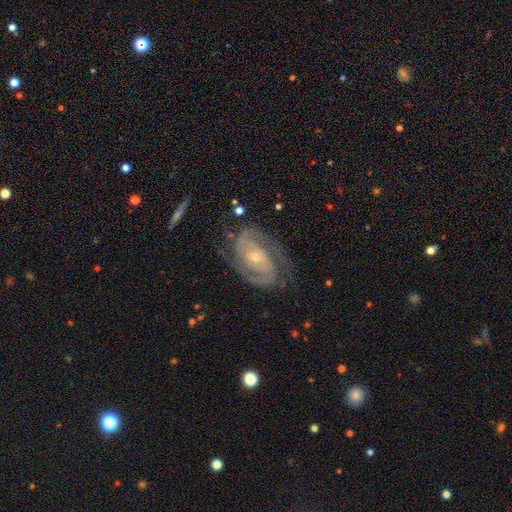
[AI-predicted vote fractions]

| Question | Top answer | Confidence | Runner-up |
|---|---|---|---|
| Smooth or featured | featured or disk | 91% | star or artifact (5%) |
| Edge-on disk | no | 97% | yes (3%) |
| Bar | no | 62% | weak (26%) |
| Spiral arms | yes | 98% | no (2%) |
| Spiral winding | tight | 58% | medium (36%) |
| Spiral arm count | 2 | 81% | 3 (7%) |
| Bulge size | small | 68% | moderate (28%) |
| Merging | none | 75% | minor disturbance (16%) |